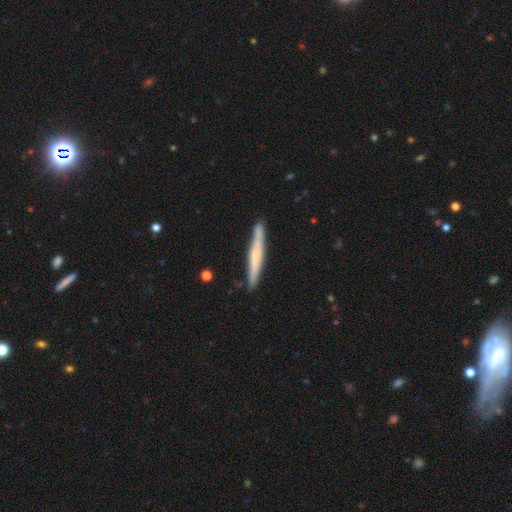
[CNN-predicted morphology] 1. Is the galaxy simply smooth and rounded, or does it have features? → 49% featured or disk, 46% smooth, 6% star or artifact.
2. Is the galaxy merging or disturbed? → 87% none, 10% minor disturbance, 2% merger, 2% major disturbance.